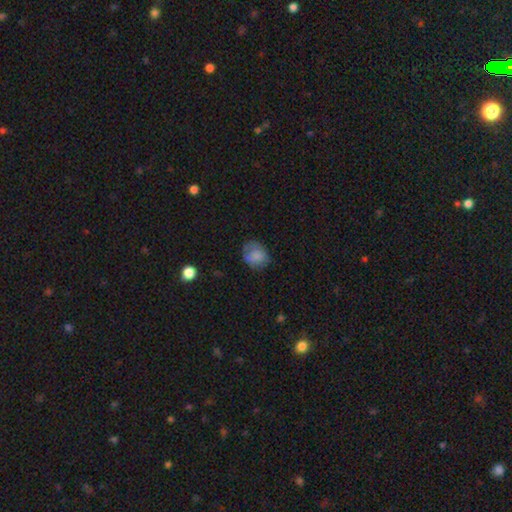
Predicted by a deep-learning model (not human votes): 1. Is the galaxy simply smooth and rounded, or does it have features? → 76% smooth, 14% featured or disk, 9% star or artifact.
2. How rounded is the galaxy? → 55% round, 44% in between, 1% cigar-shaped.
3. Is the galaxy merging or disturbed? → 60% none, 27% minor disturbance, 11% major disturbance, 2% merger.